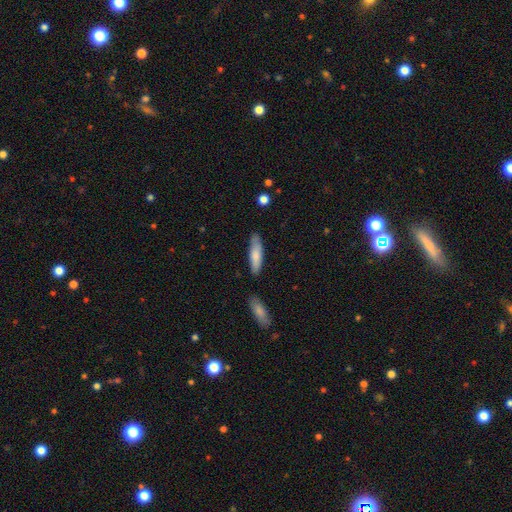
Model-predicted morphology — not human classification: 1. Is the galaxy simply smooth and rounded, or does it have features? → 79% smooth, 16% featured or disk, 5% star or artifact.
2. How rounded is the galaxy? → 67% cigar-shaped, 32% in between, 1% round.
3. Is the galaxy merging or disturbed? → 78% none, 15% minor disturbance, 4% merger, 3% major disturbance.